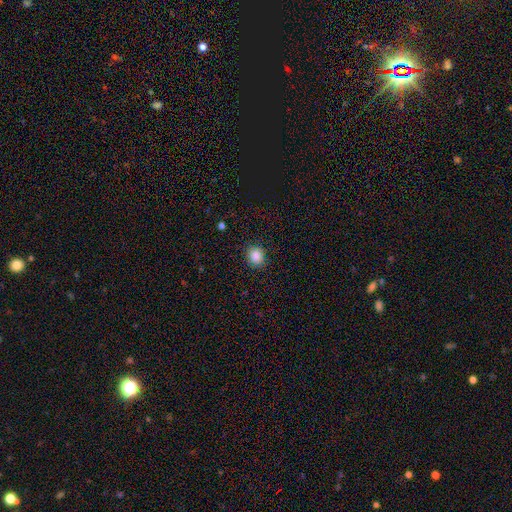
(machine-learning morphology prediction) A smooth galaxy with no disk features (87%) that is round (80%). Merging: none (89%).